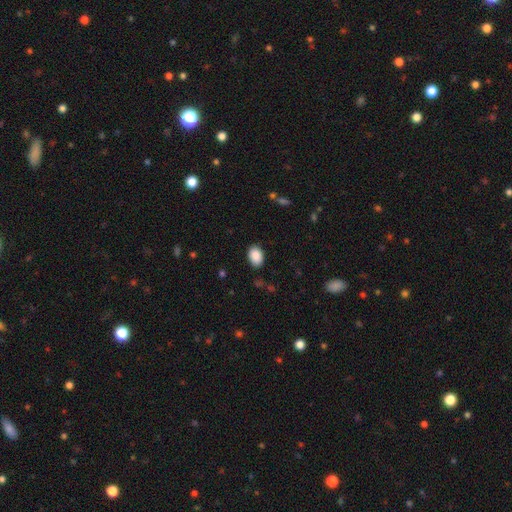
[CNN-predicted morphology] smooth-or-featured: smooth: 90% | star or artifact: 7% | featured or disk: 3%
  how-rounded: in between: 85% | round: 14% | cigar-shaped: 1%
  merging: none: 86% | minor disturbance: 10% | major disturbance: 2% | merger: 1%